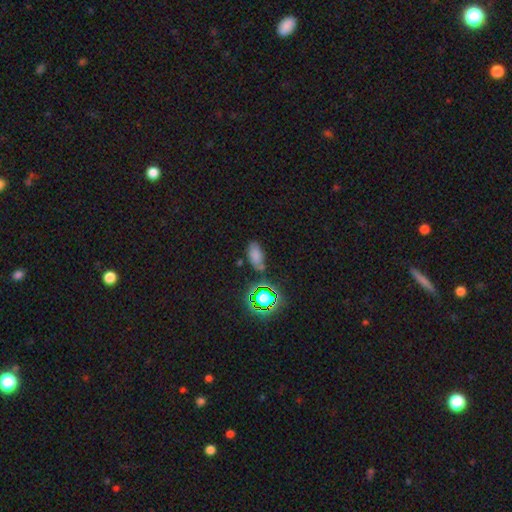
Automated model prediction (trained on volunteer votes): Morphology: type=smooth (69%); roundness=in between (89%); merging=none (69%).